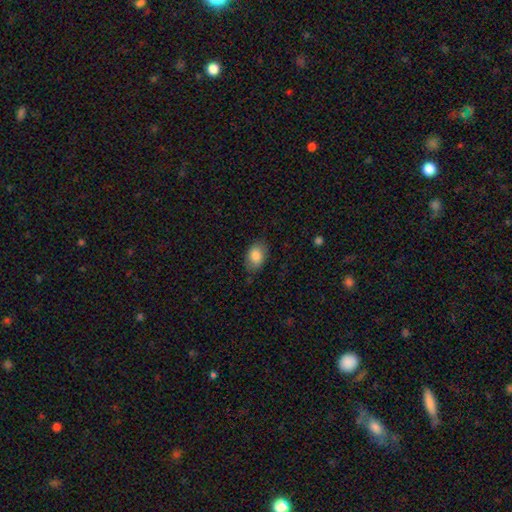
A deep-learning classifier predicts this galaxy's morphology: Overall: smooth (84%). How rounded: in between (85%). Merging: none (79%).